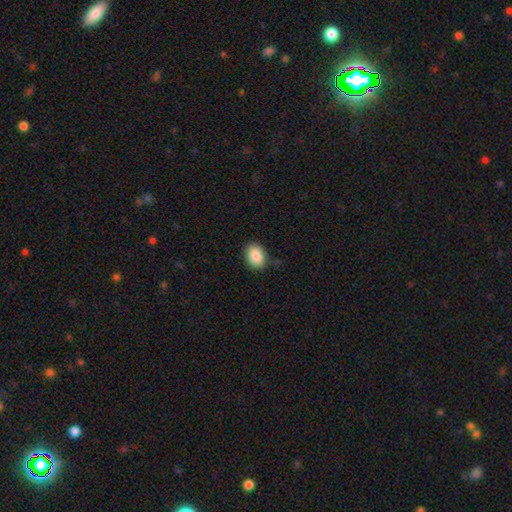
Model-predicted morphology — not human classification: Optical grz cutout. It shows a smooth galaxy with no disk features (88%) that is in between round and cigar-shaped (73%). Merging: none (83%).